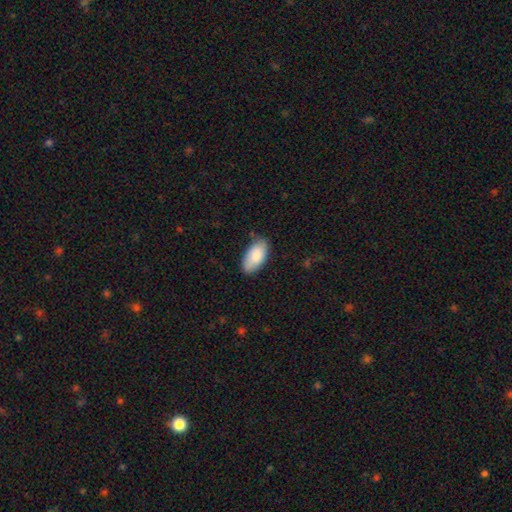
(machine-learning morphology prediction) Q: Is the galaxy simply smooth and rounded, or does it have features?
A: smooth — 85%.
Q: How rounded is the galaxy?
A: in between — 95%.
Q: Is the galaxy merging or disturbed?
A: none — 80%.